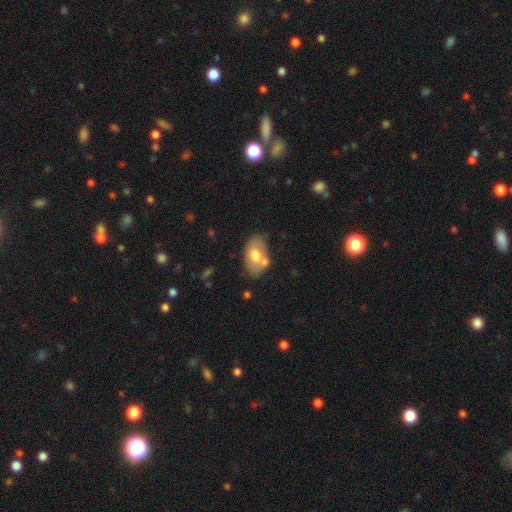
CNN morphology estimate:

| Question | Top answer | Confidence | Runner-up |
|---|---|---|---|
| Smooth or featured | smooth | 64% | featured or disk (30%) |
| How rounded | in between | 90% | round (9%) |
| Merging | none | 57% | minor disturbance (19%) |